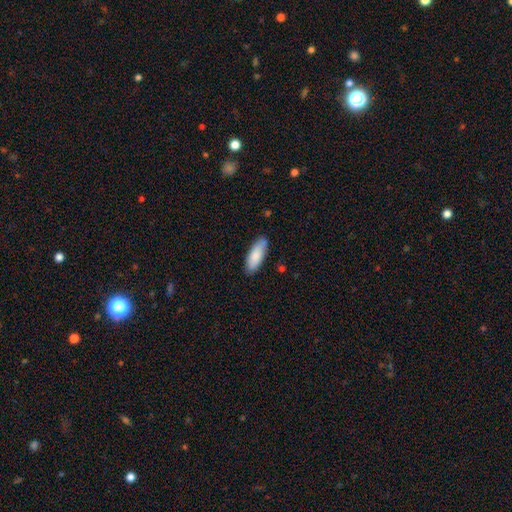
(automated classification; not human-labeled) A smooth galaxy with no disk features (85%) that is in between round and cigar-shaped (70%). Merging: none (83%).